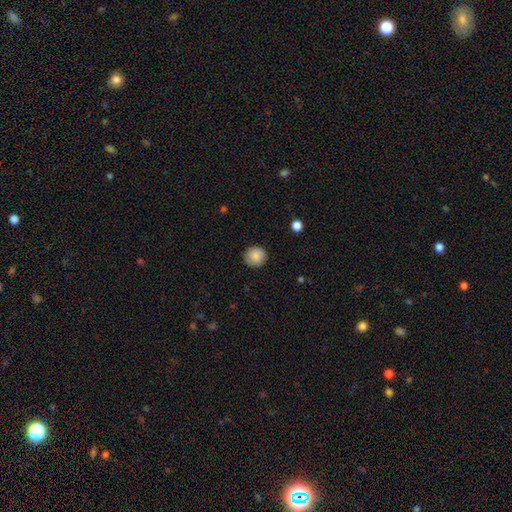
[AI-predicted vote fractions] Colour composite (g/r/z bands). It shows a smooth galaxy with no disk features (86%) that is round (92%). Merging: none (88%).